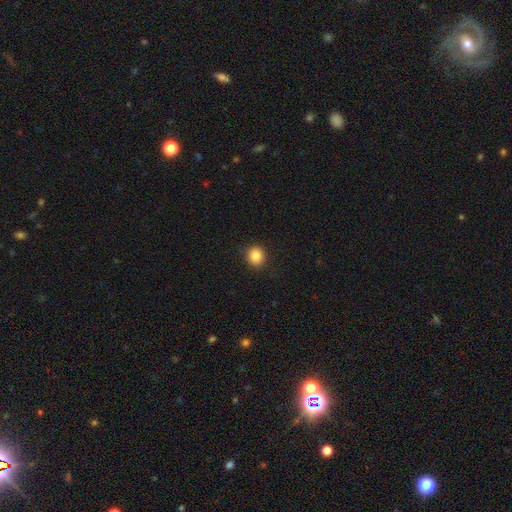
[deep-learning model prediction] Smooth or featured? Predicted: smooth (p=0.85). How rounded? Predicted: round (p=0.82). Merging? Predicted: none (p=0.89).